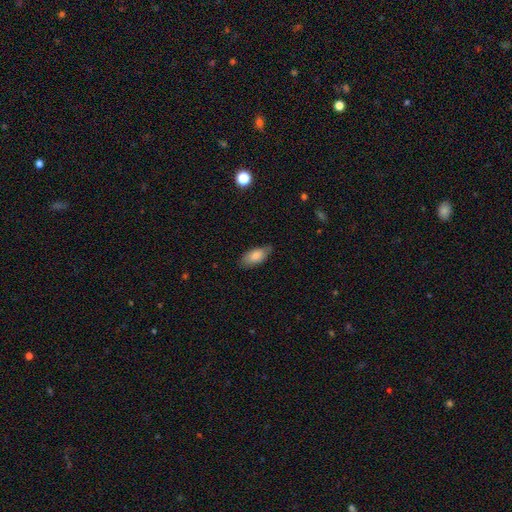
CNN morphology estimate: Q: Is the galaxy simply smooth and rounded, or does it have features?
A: smooth — 81%.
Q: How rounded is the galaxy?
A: in between — 88%.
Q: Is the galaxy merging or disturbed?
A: none — 73%.